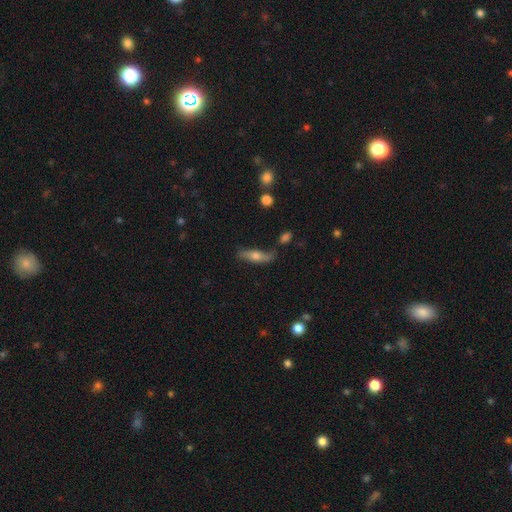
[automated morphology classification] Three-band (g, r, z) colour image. It shows a smooth galaxy with no disk features (50%) that is cigar-shaped (60%). Merging: none (68%).